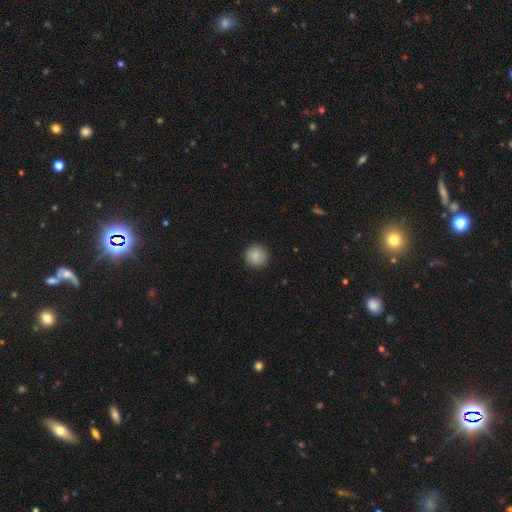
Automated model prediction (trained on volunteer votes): A smooth galaxy with no disk features (86%) that is round (95%).

Vote fractions:
- Smooth or featured? smooth: 86% / star or artifact: 8% / featured or disk: 6%
- How rounded? round: 95% / in between: 4% / cigar-shaped: 1%
- Merging? none: 92% / minor disturbance: 6% / major disturbance: 2% / merger: 1%